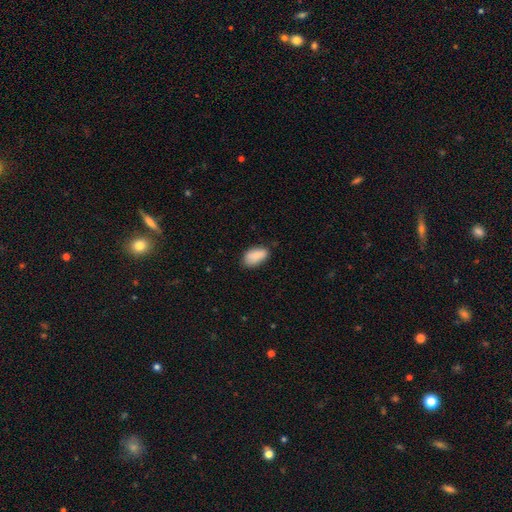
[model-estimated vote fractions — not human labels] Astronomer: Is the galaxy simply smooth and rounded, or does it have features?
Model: smooth — 86%.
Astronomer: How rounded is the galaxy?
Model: in between — 93%.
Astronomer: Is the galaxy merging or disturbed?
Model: none — 74%.